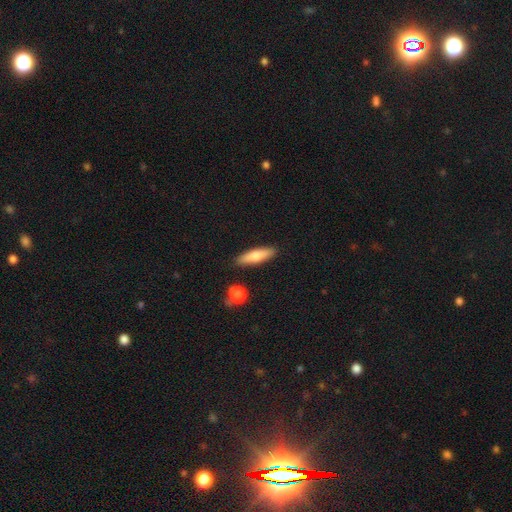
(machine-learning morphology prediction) smooth 71%, featured or disk 23%, star or artifact 6%. Down the decision tree: how rounded — cigar-shaped (62%); merging — none (86%).